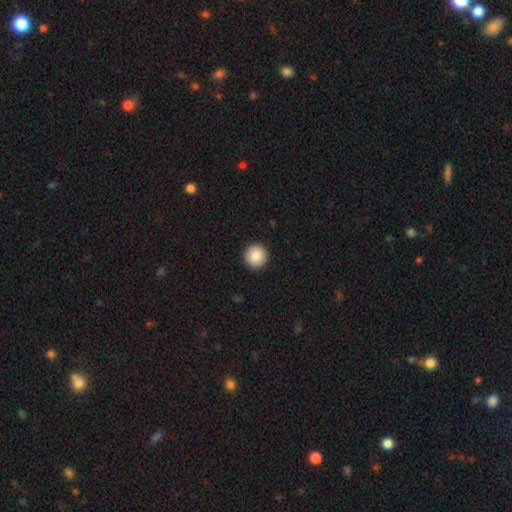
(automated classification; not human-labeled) Smooth or featured?
  - smooth: 86% *
  - star or artifact: 8%
  - featured or disk: 6%
How rounded?
  - round: 95% *
  - in between: 4%
  - cigar-shaped: 1%
Merging?
  - none: 93% *
  - minor disturbance: 4%
  - major disturbance: 1%
  - merger: 1%